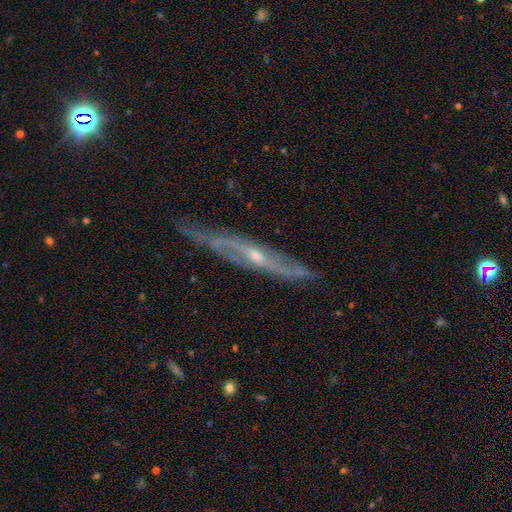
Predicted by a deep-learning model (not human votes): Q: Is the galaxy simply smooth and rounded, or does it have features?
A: featured or disk — 79%.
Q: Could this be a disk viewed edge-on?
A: yes — 69%.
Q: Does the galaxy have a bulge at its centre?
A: rounded — 65%.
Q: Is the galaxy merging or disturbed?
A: none — 76%.